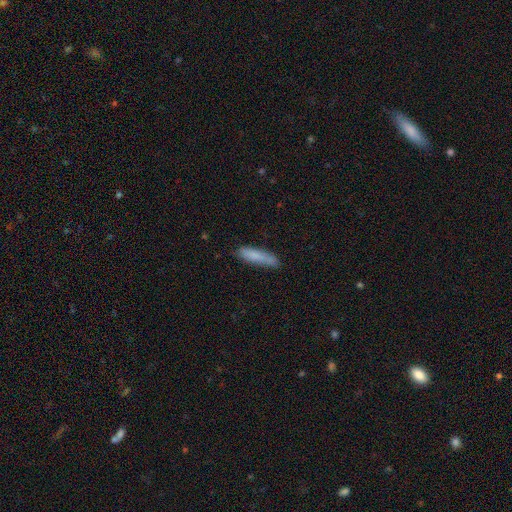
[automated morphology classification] Smooth or featured? smooth (80%)
How rounded? cigar-shaped (79%)
Merging? none (73%)